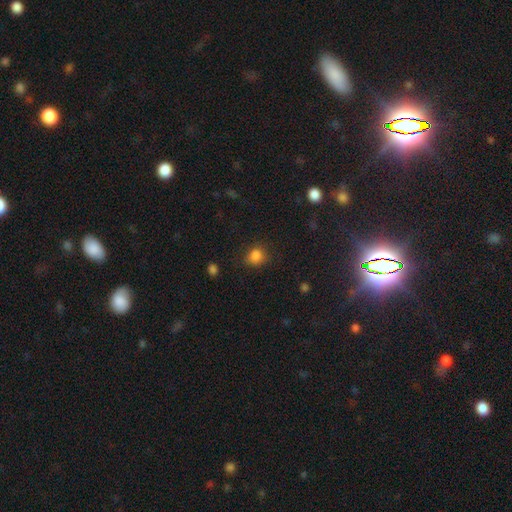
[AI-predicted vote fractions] Morphology: type=smooth (85%); roundness=round (74%); merging=none (80%).